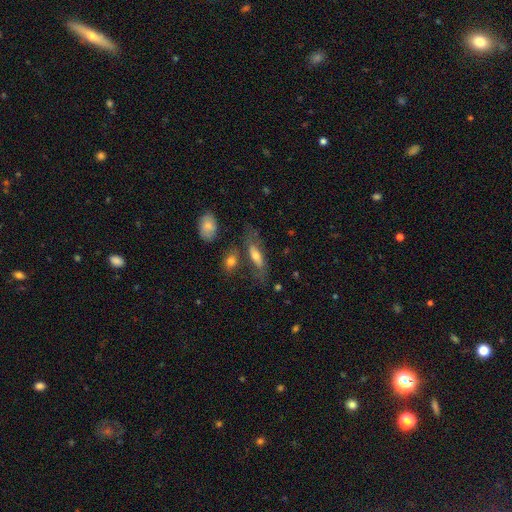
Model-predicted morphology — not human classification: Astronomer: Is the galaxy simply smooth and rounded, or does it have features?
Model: smooth — 47% (runner-up: featured or disk, 43%).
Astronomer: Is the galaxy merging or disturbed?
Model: none — 58%.